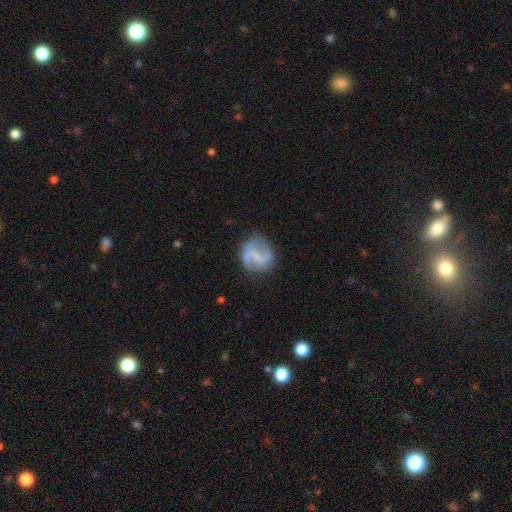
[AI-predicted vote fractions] Q: Smooth or featured?
A: featured or disk (80%); runner-up: smooth (15%)
Q: Edge-on disk?
A: no (98%); runner-up: yes (2%)
Q: Bar?
A: weak (52%); runner-up: no (27%)
Q: Spiral arms?
A: yes (94%); runner-up: no (6%)
Q: Spiral winding?
A: medium (45%); runner-up: loose (41%)
Q: Spiral arm count?
A: 2 (90%); runner-up: can't tell (4%)
Q: Bulge size?
A: small (50%); runner-up: none (34%)
Q: Merging?
A: none (77%); runner-up: minor disturbance (15%)